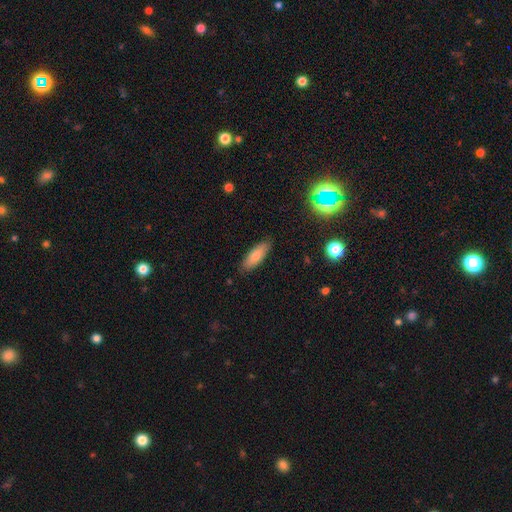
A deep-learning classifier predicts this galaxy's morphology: A smooth galaxy with no disk features (77%) that is in between round and cigar-shaped (60%).

Vote fractions:
- Smooth or featured? smooth: 77% / featured or disk: 16% / star or artifact: 7%
- How rounded? in between: 60% / cigar-shaped: 38% / round: 2%
- Merging? none: 86% / minor disturbance: 11% / major disturbance: 2% / merger: 1%